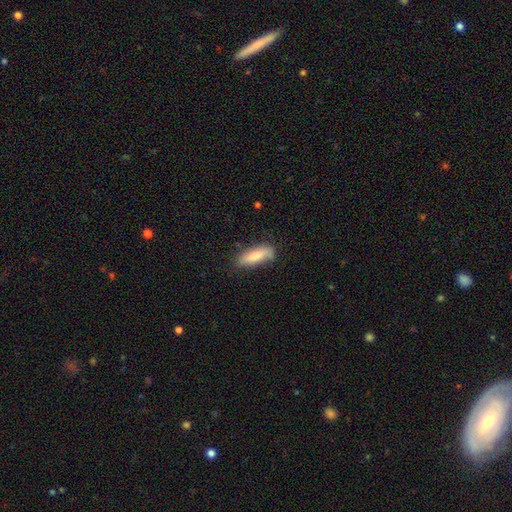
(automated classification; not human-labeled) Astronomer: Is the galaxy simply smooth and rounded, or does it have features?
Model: smooth — 78%.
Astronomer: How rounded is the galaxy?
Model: in between — 52% (runner-up: cigar-shaped, 46%).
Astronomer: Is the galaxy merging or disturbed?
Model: none — 70%.